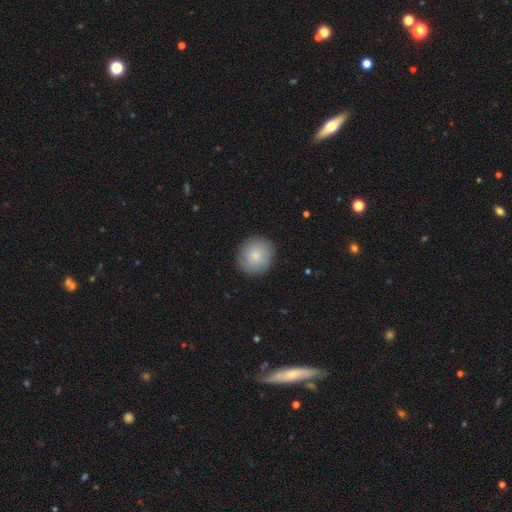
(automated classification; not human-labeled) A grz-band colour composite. It shows a smooth galaxy with no disk features (84%) that is round (86%). Merging: none (89%).